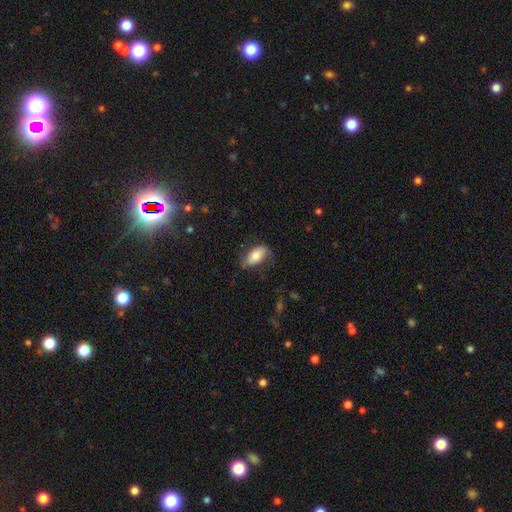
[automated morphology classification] Smooth or featured? Predicted: smooth (p=0.68). How rounded? Predicted: in between (p=0.91). Merging? Predicted: none (p=0.63).